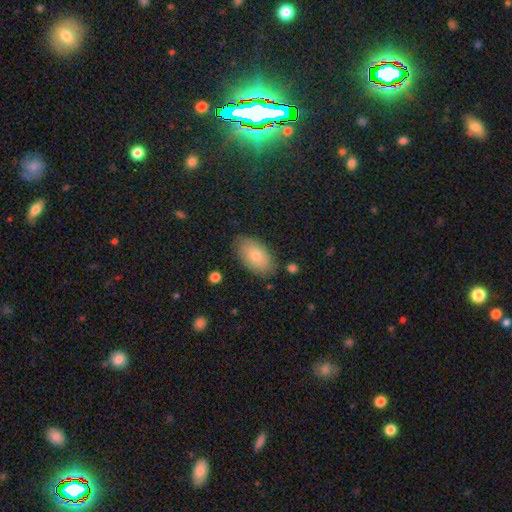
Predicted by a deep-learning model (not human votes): Smooth or featured? Predicted: smooth (p=0.74). How rounded? Predicted: in between (p=0.94). Merging? Predicted: none (p=0.83).